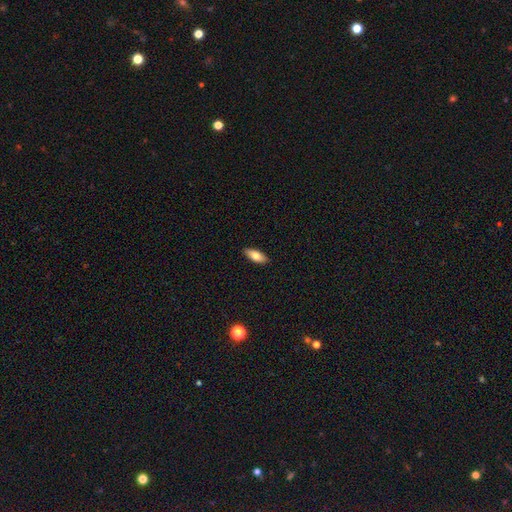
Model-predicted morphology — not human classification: Smooth or featured? Predicted: smooth (p=0.76). How rounded? Predicted: in between (p=0.81). Merging? Predicted: none (p=0.90).